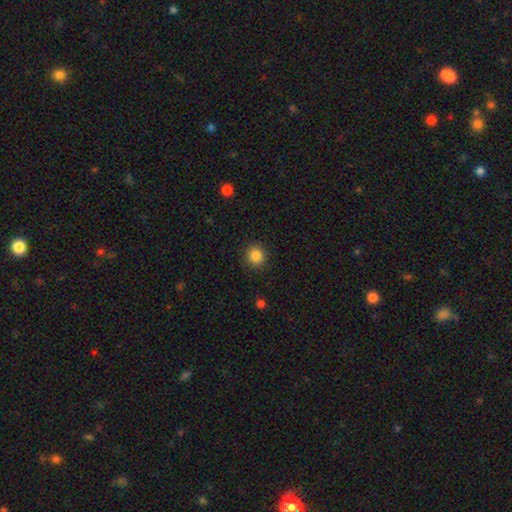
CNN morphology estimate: Overall: smooth (85%). How rounded: round (87%). Merging: none (90%).